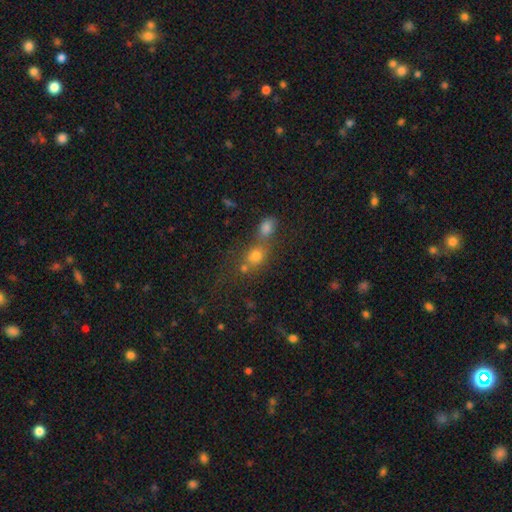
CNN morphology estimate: A smooth galaxy with no disk features (68%) that is round (68%). Merging: merger (53%).